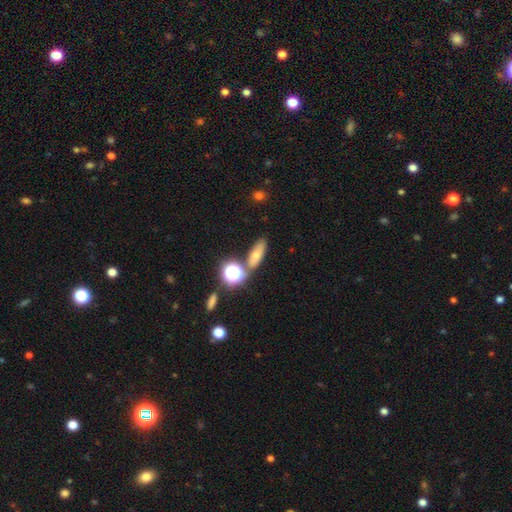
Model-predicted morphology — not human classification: Smooth or featured: smooth — 65% (star or artifact — 20%)
How rounded: in between — 55% (cigar-shaped — 25%)
Merging: none — 72% (minor disturbance — 12%)